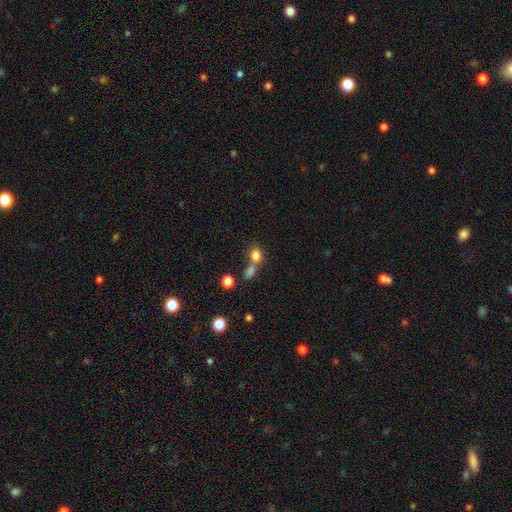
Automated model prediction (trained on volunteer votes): The model was most divided on "merging": merger: 45%, none: 41%, minor disturbance: 9%, major disturbance: 5%. More confident: smooth or featured — smooth (80%); how rounded — round (54%).